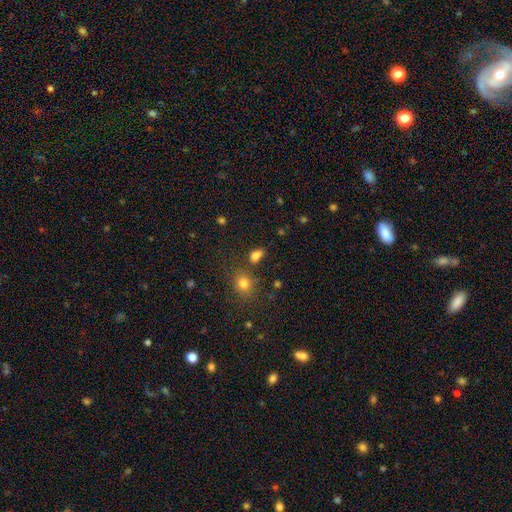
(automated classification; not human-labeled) smooth-or-featured: smooth: 80% | star or artifact: 15% | featured or disk: 5%
  how-rounded: in between: 82% | round: 13% | cigar-shaped: 4%
  merging: none: 70% | minor disturbance: 14% | merger: 10% | major disturbance: 5%